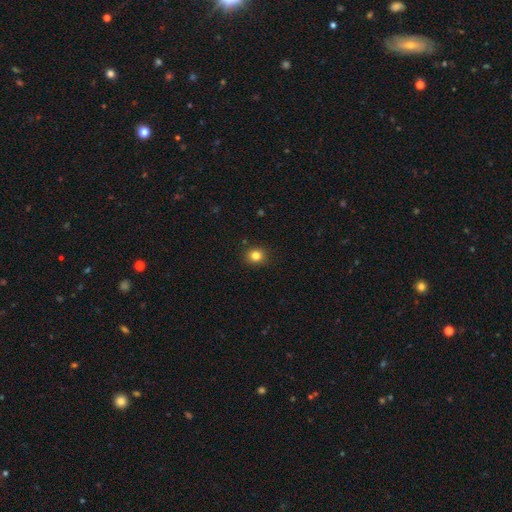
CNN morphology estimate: Overall: smooth (82%). How rounded: round (82%). Merging: none (90%).